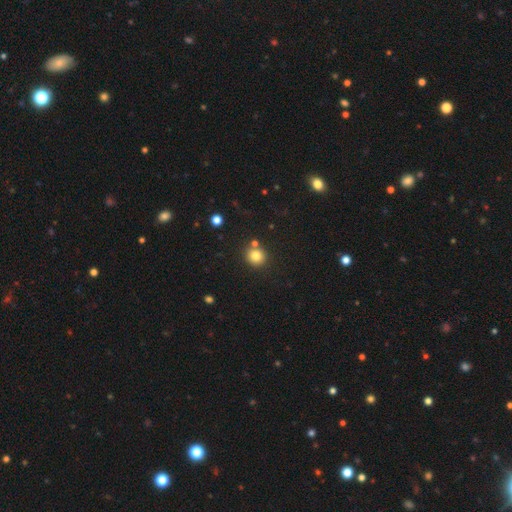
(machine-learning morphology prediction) The model was most divided on "merging": none: 77%, merger: 12%, minor disturbance: 9%, major disturbance: 3%. More confident: how rounded — round (88%); smooth or featured — smooth (82%).